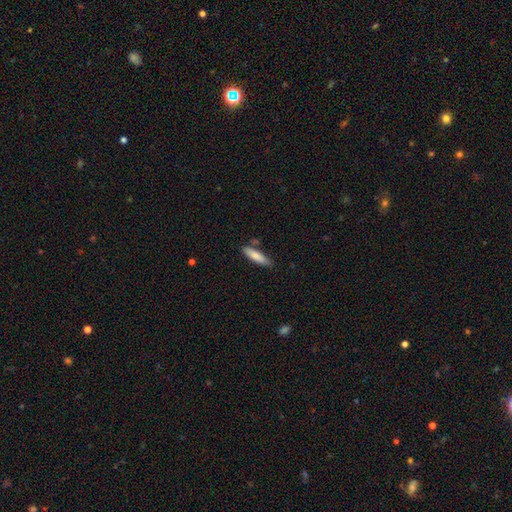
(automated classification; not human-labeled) This appears to be a smooth galaxy with no disk features (81%) that is cigar-shaped (69%). Merging: none (76%).